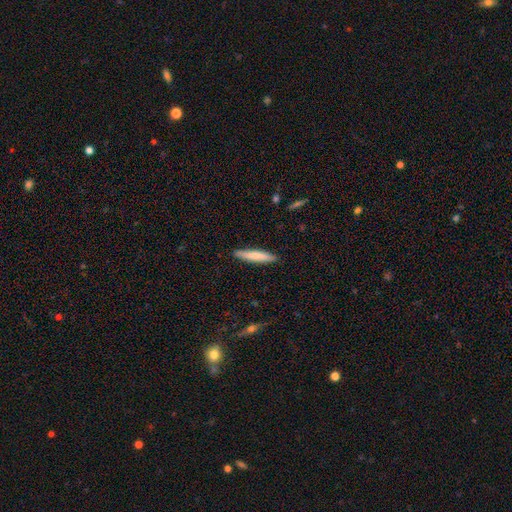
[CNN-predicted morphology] Smooth or featured? smooth (75%)
How rounded? cigar-shaped (91%)
Merging? none (90%)